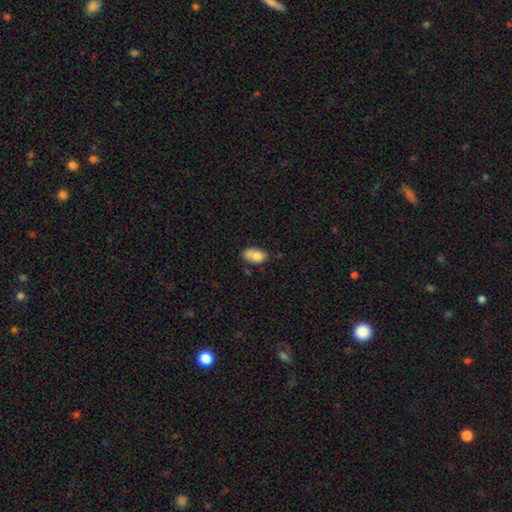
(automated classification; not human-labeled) The model was most divided on "merging": none: 54%, minor disturbance: 28%, merger: 12%, major disturbance: 7%. More confident: how rounded — in between (90%); smooth or featured — smooth (79%).